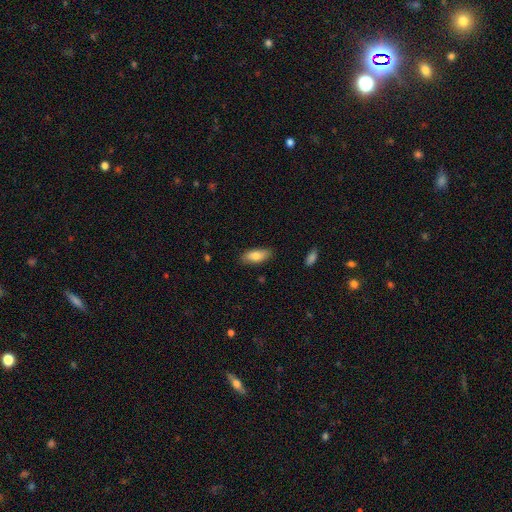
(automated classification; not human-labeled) Smooth or featured?
  - smooth: 79% *
  - featured or disk: 15%
  - star or artifact: 7%
How rounded?
  - in between: 79% *
  - cigar-shaped: 18%
  - round: 2%
Merging?
  - none: 84% *
  - minor disturbance: 12%
  - major disturbance: 2%
  - merger: 1%